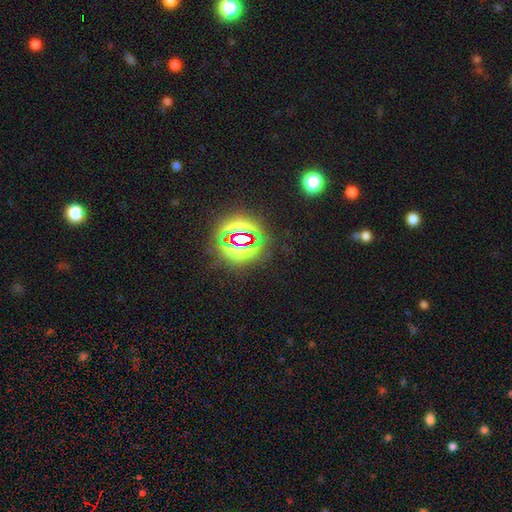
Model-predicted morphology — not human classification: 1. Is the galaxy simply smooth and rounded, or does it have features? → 78% star or artifact, 14% smooth, 8% featured or disk.